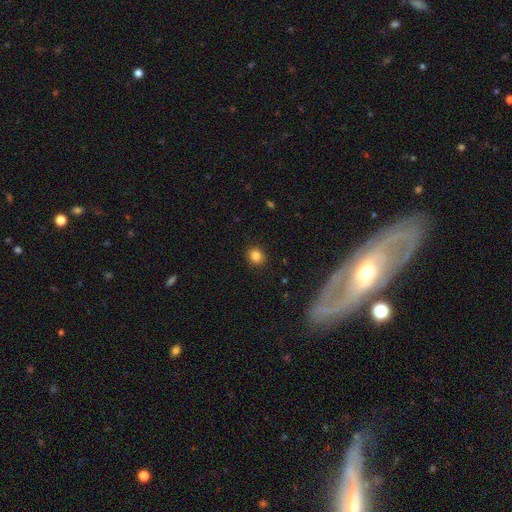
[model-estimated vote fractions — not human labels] Smooth or featured: smooth — 84% (star or artifact — 11%)
How rounded: round — 78% (in between — 21%)
Merging: none — 89% (minor disturbance — 7%)